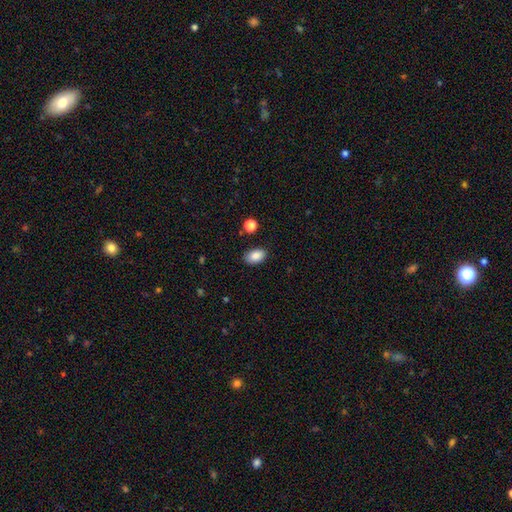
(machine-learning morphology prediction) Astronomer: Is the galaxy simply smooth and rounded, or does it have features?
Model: smooth — 88%.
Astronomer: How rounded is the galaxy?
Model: in between — 90%.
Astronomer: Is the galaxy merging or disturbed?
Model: none — 85%.